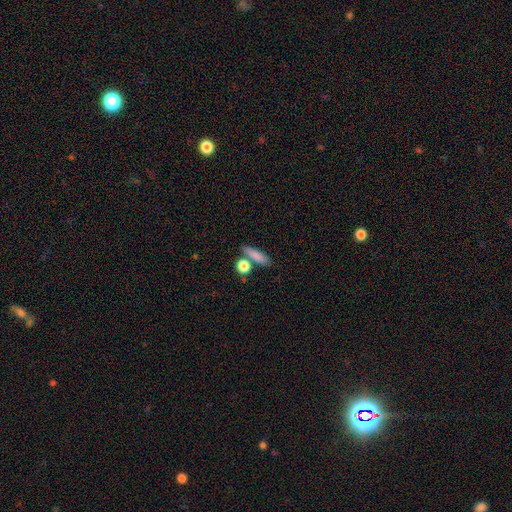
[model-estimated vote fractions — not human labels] A smooth galaxy with no disk features (81%) that is cigar-shaped (49%). Merging: none (68%).